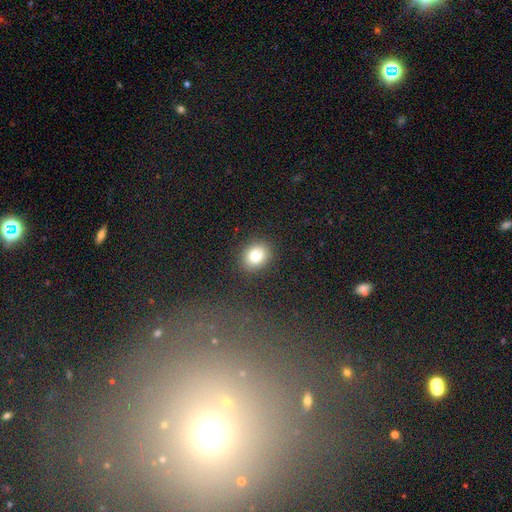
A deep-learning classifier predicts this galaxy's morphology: Smooth or featured: smooth — 81% (star or artifact — 11%)
How rounded: round — 61% (in between — 38%)
Merging: none — 89% (minor disturbance — 7%)